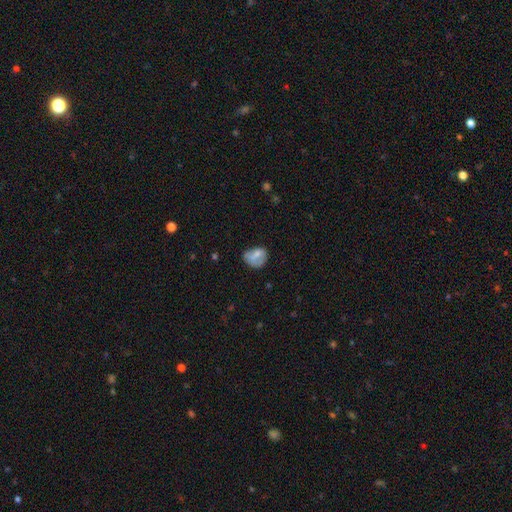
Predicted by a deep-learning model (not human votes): Overall: smooth (65%; featured or disk 26%). How rounded: round (52%; in between 47%). Merging: none (42%; minor disturbance 33%).